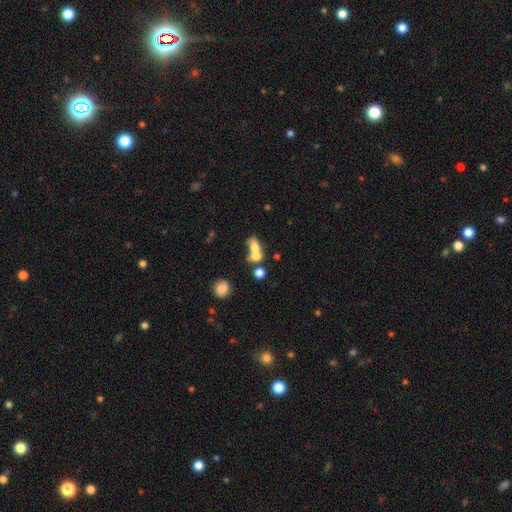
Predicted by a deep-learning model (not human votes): A smooth galaxy with no disk features (65%) that is in between round and cigar-shaped (59%).

Vote fractions:
- Smooth or featured? smooth: 65% / featured or disk: 23% / star or artifact: 12%
- How rounded? in between: 59% / round: 34% / cigar-shaped: 7%
- Merging? merger: 64% / none: 21% / minor disturbance: 8% / major disturbance: 7%